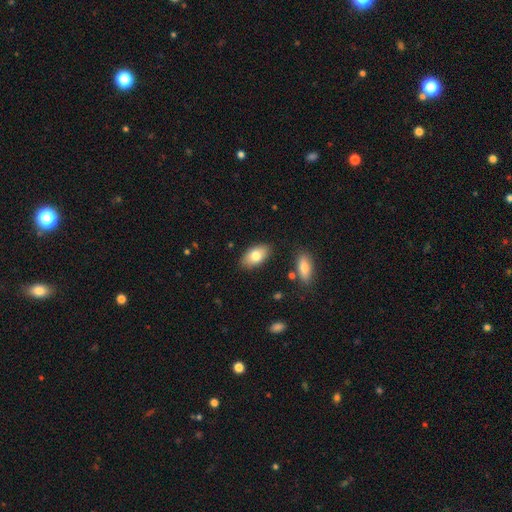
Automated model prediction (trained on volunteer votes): Morphology: type=smooth (78%); roundness=in between (93%); merging=none (85%).